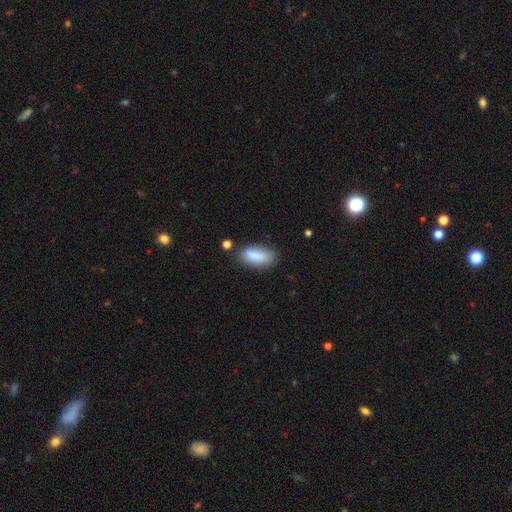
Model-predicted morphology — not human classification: A smooth galaxy with no disk features (84%) that is in between round and cigar-shaped (83%). Merging: none (69%).